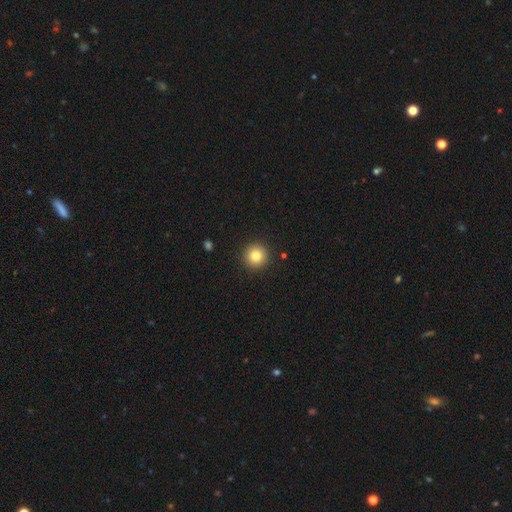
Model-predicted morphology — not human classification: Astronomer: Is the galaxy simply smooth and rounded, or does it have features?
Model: smooth — 83%.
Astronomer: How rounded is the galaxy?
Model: round — 95%.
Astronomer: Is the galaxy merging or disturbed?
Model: none — 92%.